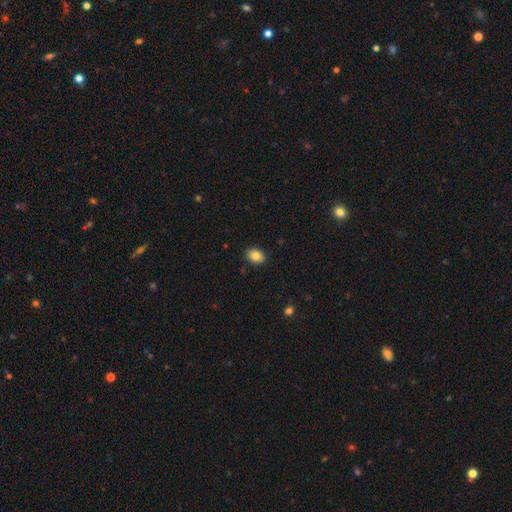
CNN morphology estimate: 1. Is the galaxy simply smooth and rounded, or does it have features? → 84% smooth, 9% star or artifact, 8% featured or disk.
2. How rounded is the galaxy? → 71% in between, 28% round, 1% cigar-shaped.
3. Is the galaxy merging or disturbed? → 88% none, 9% minor disturbance, 2% major disturbance, 1% merger.